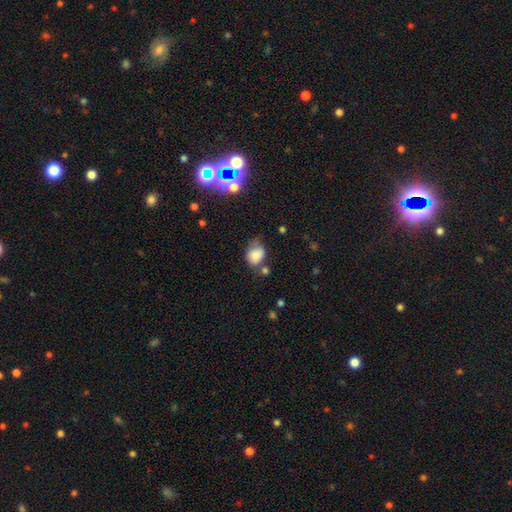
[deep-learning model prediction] This appears to be a smooth galaxy with no disk features (76%) that is in between round and cigar-shaped (58%). Merging: none (43%).